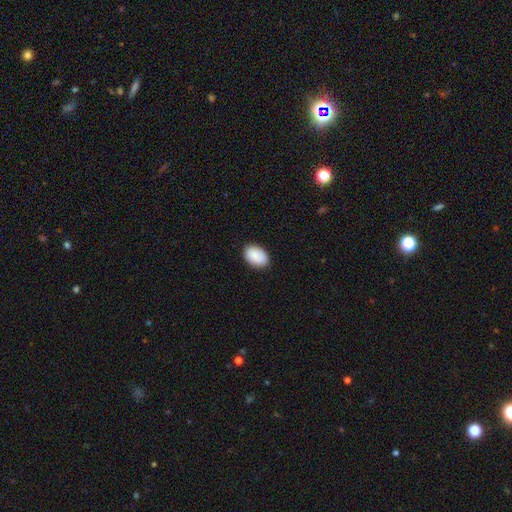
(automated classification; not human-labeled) This is clearly a smooth galaxy (87%). How rounded: clearly in between (87%). Merging: clearly none (87%).